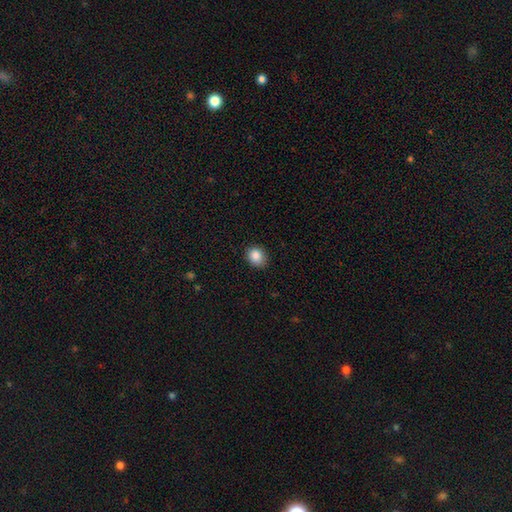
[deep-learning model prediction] This is clearly a smooth galaxy (87%). How rounded: likely round (69%). Merging: clearly none (84%).